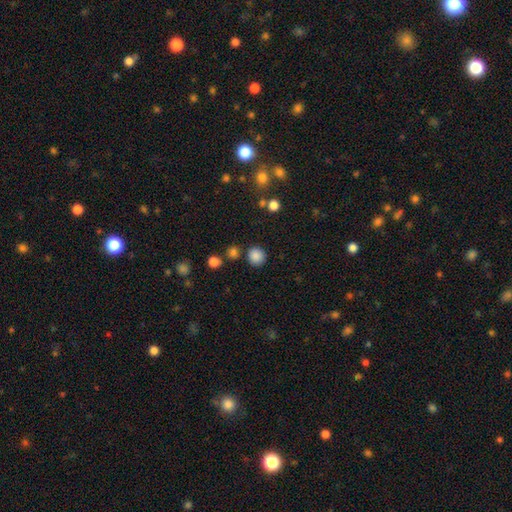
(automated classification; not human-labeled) This appears to be a smooth galaxy with no disk features (85%) that is round (91%). Merging: none (83%).